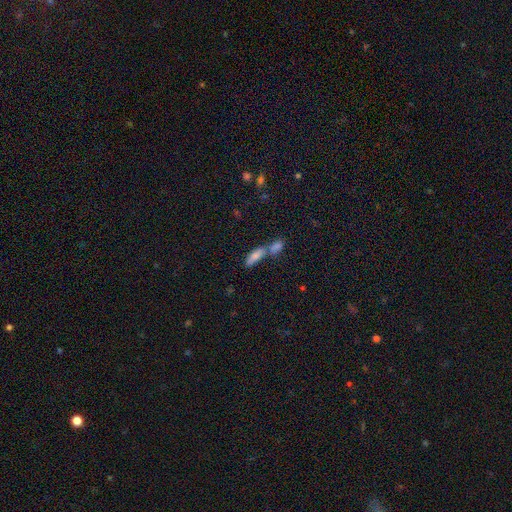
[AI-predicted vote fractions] The model was most divided on "how rounded": in between: 60%, cigar-shaped: 37%, round: 3%. More confident: smooth or featured — smooth (75%); merging — merger (60%).